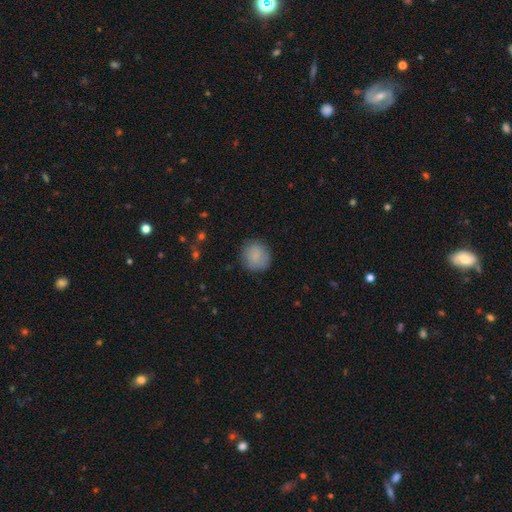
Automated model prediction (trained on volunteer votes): Overall: smooth (85%). How rounded: round (88%). Merging: none (84%).